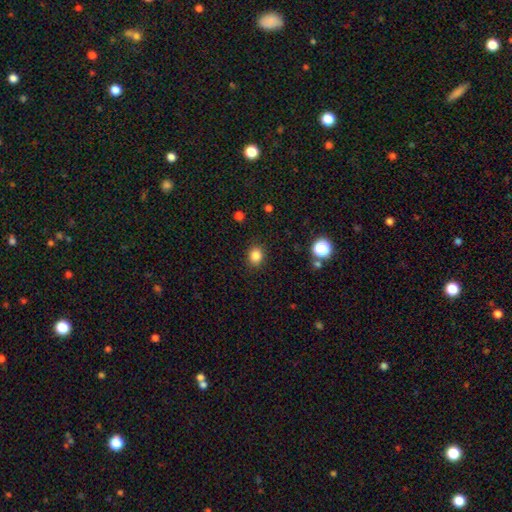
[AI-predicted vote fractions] A smooth galaxy with no disk features (84%) that is round (67%).

Vote fractions:
- Smooth or featured? smooth: 84% / star or artifact: 12% / featured or disk: 4%
- How rounded? round: 67% / in between: 32% / cigar-shaped: 1%
- Merging? none: 89% / minor disturbance: 8% / major disturbance: 2% / merger: 1%